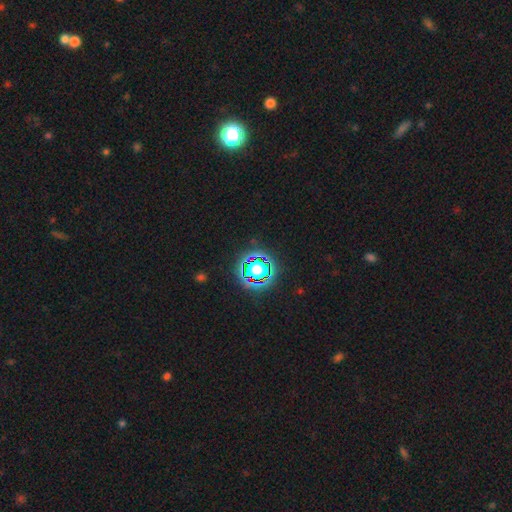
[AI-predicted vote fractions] A star or artifact, not a galaxy (80%).

Vote fractions:
- Smooth or featured? star or artifact: 80% / smooth: 13% / featured or disk: 7%